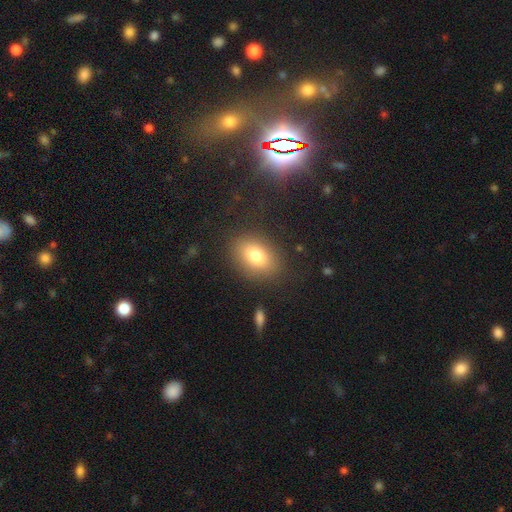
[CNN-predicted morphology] Q: Smooth or featured?
A: smooth (79%); runner-up: featured or disk (11%)
Q: How rounded?
A: in between (78%); runner-up: round (21%)
Q: Merging?
A: none (83%); runner-up: minor disturbance (10%)